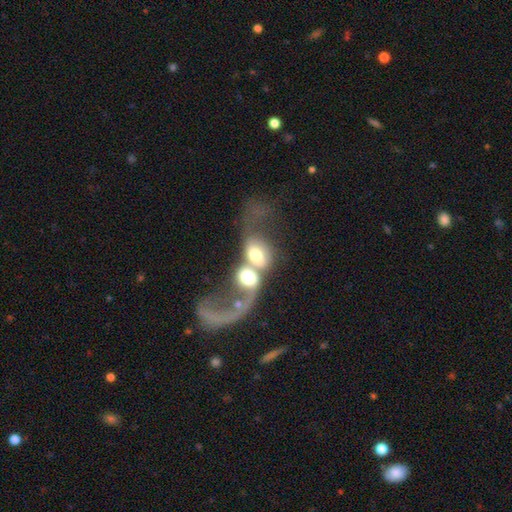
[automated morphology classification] smooth-or-featured: featured or disk: 47% | smooth: 43% | star or artifact: 10%
  merging: merger: 77% | major disturbance: 14% | none: 5% | minor disturbance: 3%